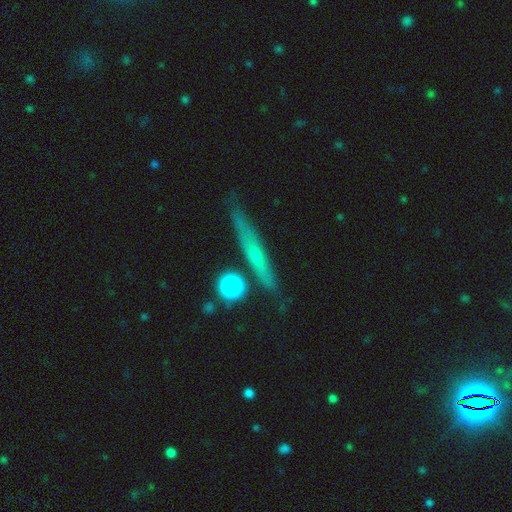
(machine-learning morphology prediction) Q: Smooth or featured?
A: featured or disk (57%); runner-up: smooth (33%)
Q: Edge-on disk?
A: yes (91%); runner-up: no (9%)
Q: Edge-on bulge?
A: rounded (52%); runner-up: none (43%)
Q: Merging?
A: none (79%); runner-up: minor disturbance (13%)